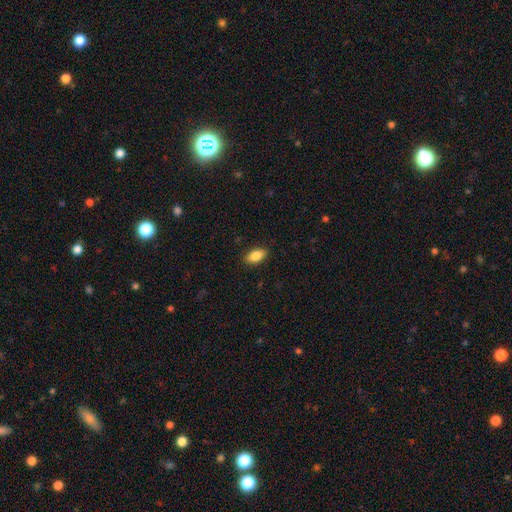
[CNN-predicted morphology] A smooth galaxy with no disk features (85%) that is in between round and cigar-shaped (91%). Merging: none (89%).